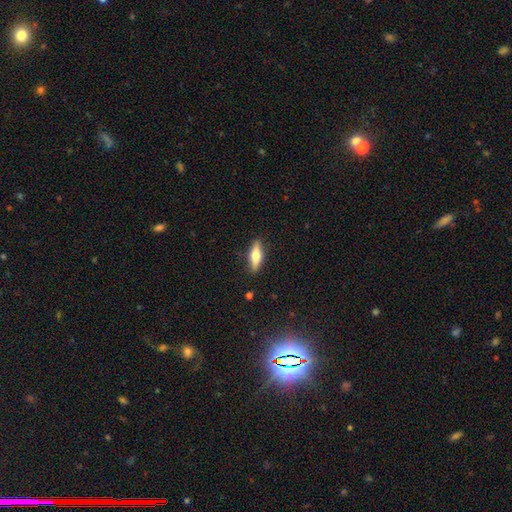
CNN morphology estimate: This is possibly a smooth galaxy (50%). How rounded: possibly cigar-shaped (56%). Merging: clearly none (88%).